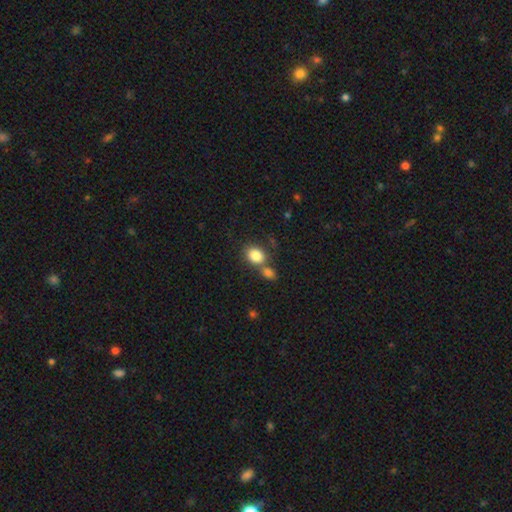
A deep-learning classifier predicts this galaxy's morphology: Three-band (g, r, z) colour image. It shows a smooth galaxy with no disk features (85%) that is in between round and cigar-shaped (58%). Merging: none (48%).